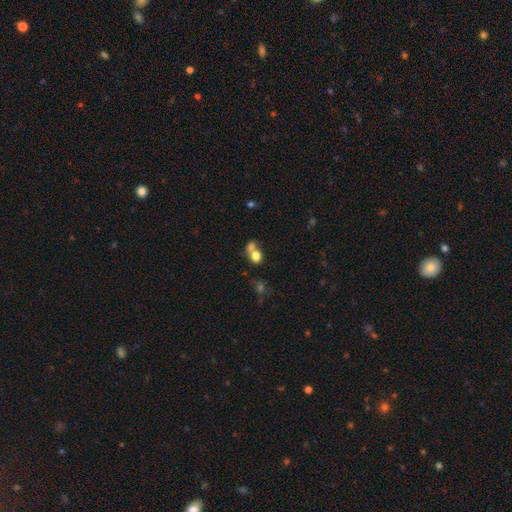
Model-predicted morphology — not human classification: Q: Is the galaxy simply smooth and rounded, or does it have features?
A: smooth — 74%.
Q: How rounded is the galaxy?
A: round — 60%.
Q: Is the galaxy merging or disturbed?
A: merger — 56%.